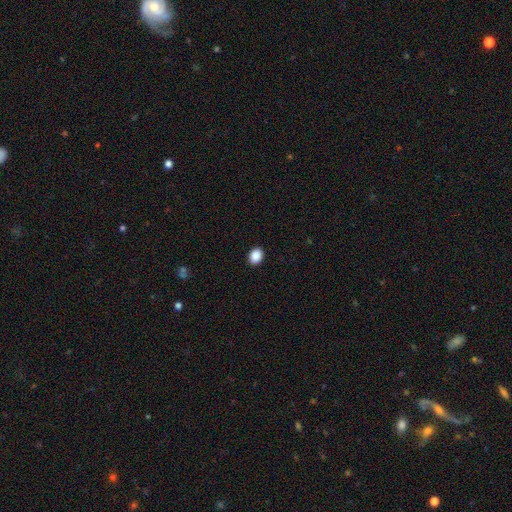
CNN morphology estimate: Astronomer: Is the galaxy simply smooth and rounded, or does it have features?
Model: smooth — 89%.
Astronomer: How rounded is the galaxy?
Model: in between — 61% (runner-up: round, 38%).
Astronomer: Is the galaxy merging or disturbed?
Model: none — 91%.